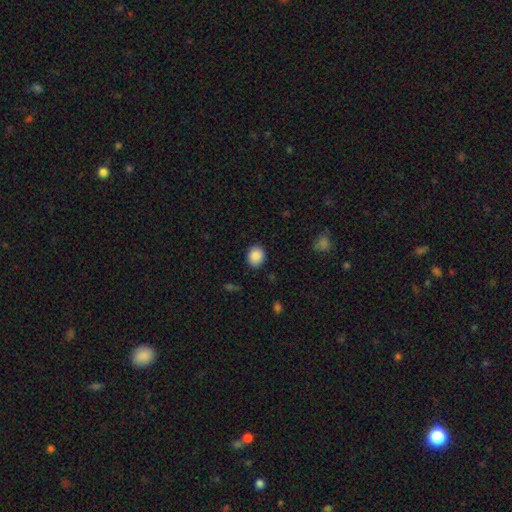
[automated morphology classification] This is clearly a smooth galaxy (88%). How rounded: likely round (65%). Merging: clearly none (88%).